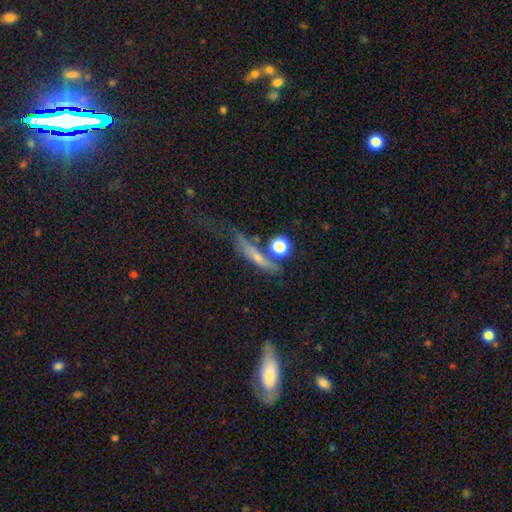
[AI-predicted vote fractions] This appears to be a smooth galaxy with no disk features (46%). Merging: none (48%).